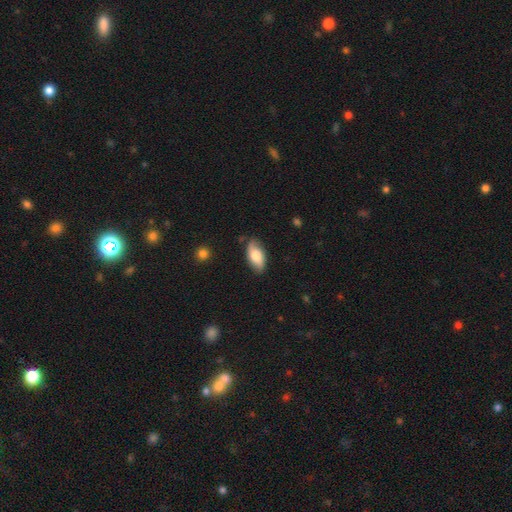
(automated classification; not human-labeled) Smooth or featured?
  - smooth: 69% *
  - featured or disk: 24%
  - star or artifact: 7%
How rounded?
  - in between: 91% *
  - cigar-shaped: 6%
  - round: 3%
Merging?
  - none: 78% *
  - minor disturbance: 17%
  - major disturbance: 3%
  - merger: 2%